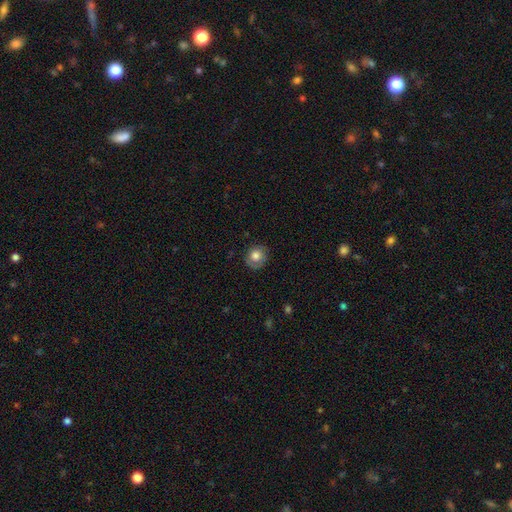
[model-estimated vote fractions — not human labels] Morphology: type=smooth (77%); roundness=round (81%); merging=none (79%).